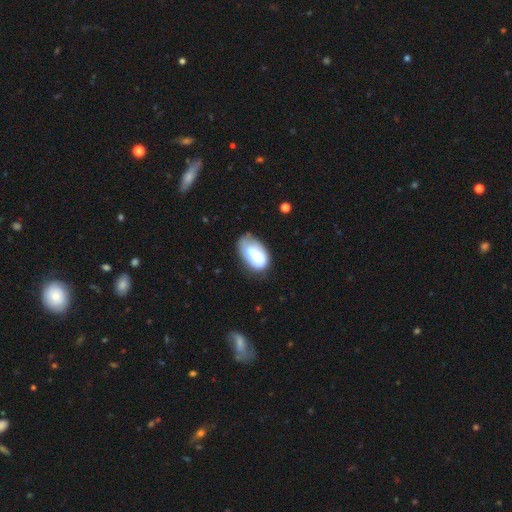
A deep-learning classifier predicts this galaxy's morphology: smooth_or_featured: smooth (p=0.66) [alt: featured or disk p=0.26]
how_rounded: in between (p=0.92) [alt: round p=0.06]
merging: none (p=0.48) [alt: minor disturbance p=0.31]